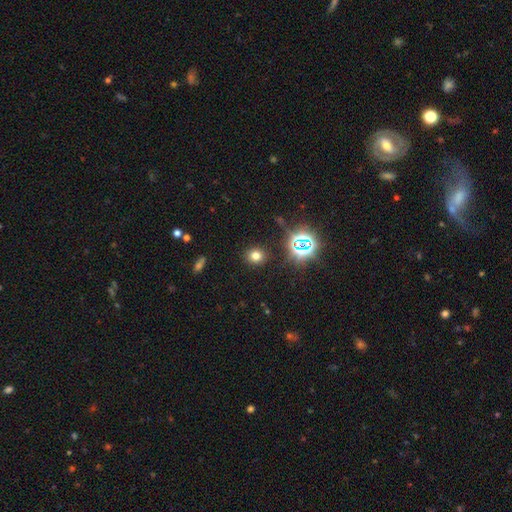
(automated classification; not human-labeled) A smooth galaxy with no disk features (68%) that is round (79%).

Vote fractions:
- Smooth or featured? smooth: 68% / star or artifact: 23% / featured or disk: 8%
- How rounded? round: 79% / in between: 20% / cigar-shaped: 1%
- Merging? none: 89% / minor disturbance: 6% / major disturbance: 3% / merger: 2%